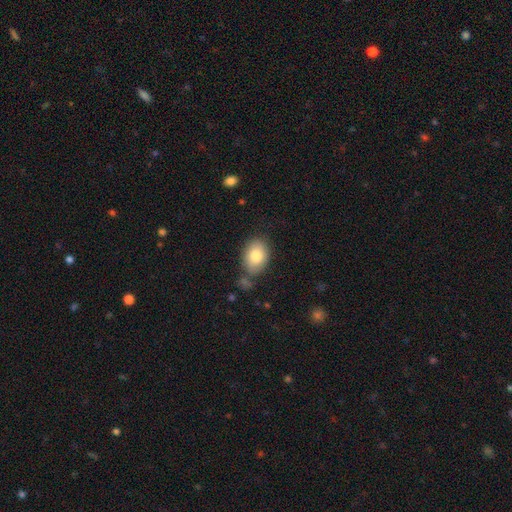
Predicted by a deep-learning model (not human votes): Overall: smooth (82%). How rounded: in between (80%). Merging: none (70%).